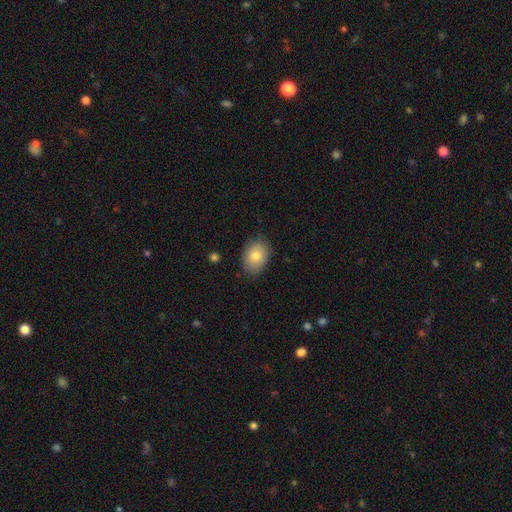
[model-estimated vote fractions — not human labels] Overall: smooth (81%). How rounded: in between (75%). Merging: none (84%).